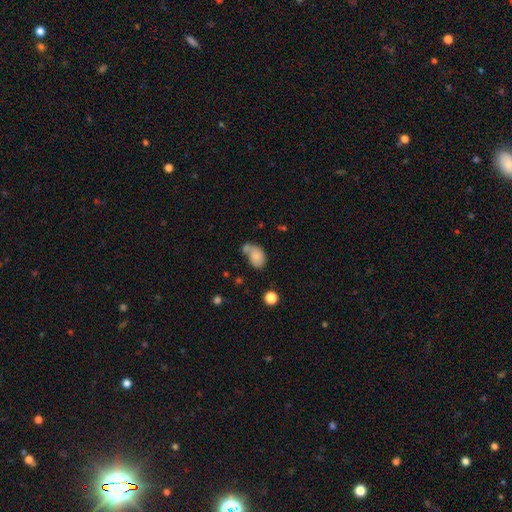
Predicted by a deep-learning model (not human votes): A smooth galaxy with no disk features (79%) that is in between round and cigar-shaped (80%). Merging: merger (40%).